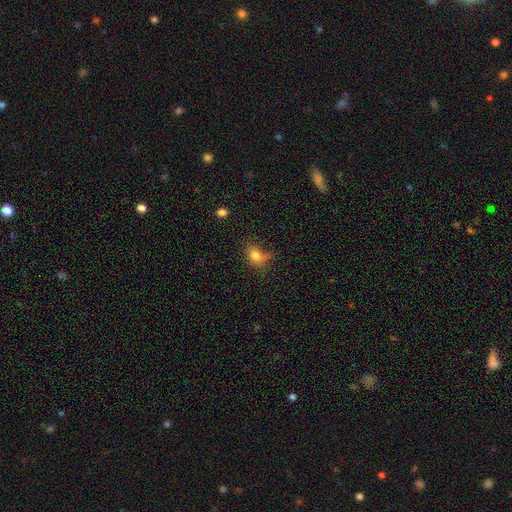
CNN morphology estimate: This appears to be a smooth galaxy with no disk features (78%) that is in between round and cigar-shaped (64%). Merging: none (43%).